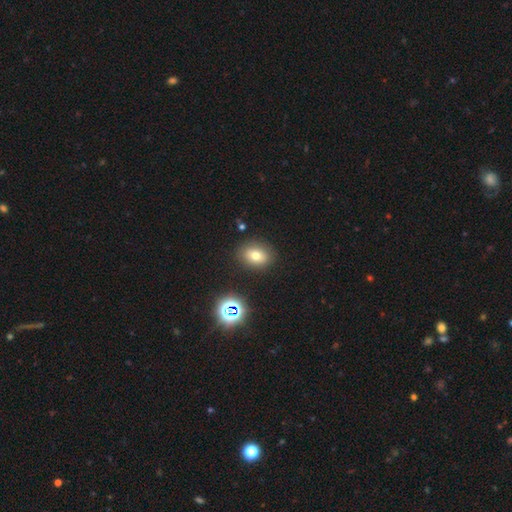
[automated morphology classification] A smooth galaxy with no disk features (71%) that is in between round and cigar-shaped (62%).

Vote fractions:
- Smooth or featured? smooth: 71% / star or artifact: 16% / featured or disk: 13%
- How rounded? in between: 62% / round: 37% / cigar-shaped: 1%
- Merging? none: 86% / minor disturbance: 9% / major disturbance: 3% / merger: 2%